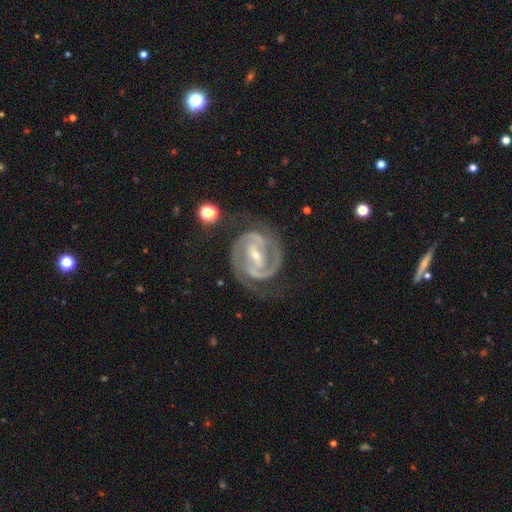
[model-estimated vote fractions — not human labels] smooth-or-featured: featured or disk: 92% | star or artifact: 4% | smooth: 3%
  disk-edge-on: no: 97% | yes: 3%
    bar: strong: 61% | weak: 28% | no: 11%
    has-spiral-arms: yes: 98% | no: 2%
      spiral-winding: tight: 57% | medium: 38% | loose: 5%
      spiral-arm-count: 2: 88% | 3: 5% | can't tell: 3% | 1: 2% | 4: 1% | more than 4: 1%
    bulge-size: small: 68% | moderate: 28% | none: 1% | large: 1% | dominant: 1%
  merging: none: 73% | minor disturbance: 16% | major disturbance: 9% | merger: 2%